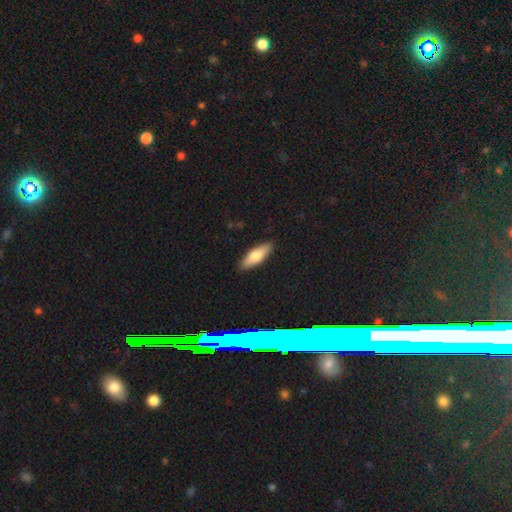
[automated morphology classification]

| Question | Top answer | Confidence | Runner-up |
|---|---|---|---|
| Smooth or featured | smooth | 77% | featured or disk (17%) |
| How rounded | in between | 64% | cigar-shaped (34%) |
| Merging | none | 88% | minor disturbance (9%) |